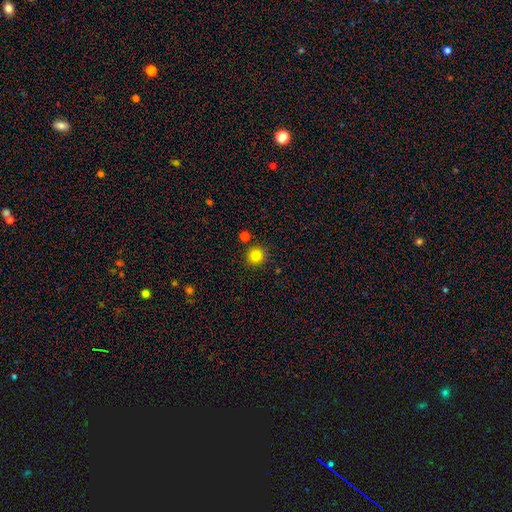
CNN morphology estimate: smooth-or-featured: smooth: 84% | star or artifact: 11% | featured or disk: 5%
  how-rounded: round: 91% | in between: 8% | cigar-shaped: 1%
  merging: none: 85% | minor disturbance: 8% | merger: 5% | major disturbance: 2%